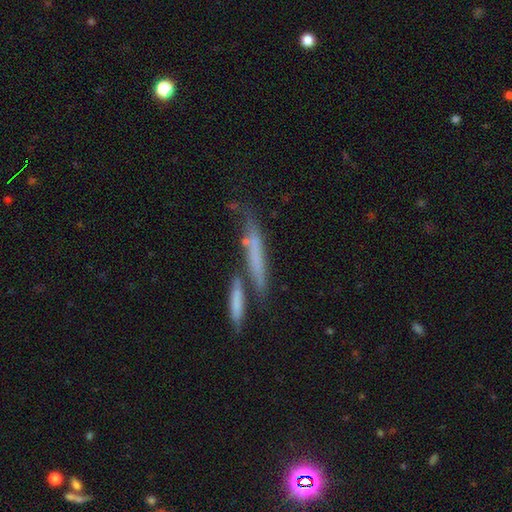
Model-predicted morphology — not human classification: smooth-or-featured: featured or disk: 47% | smooth: 41% | star or artifact: 12%
  merging: none: 41% | merger: 35% | minor disturbance: 14% | major disturbance: 9%